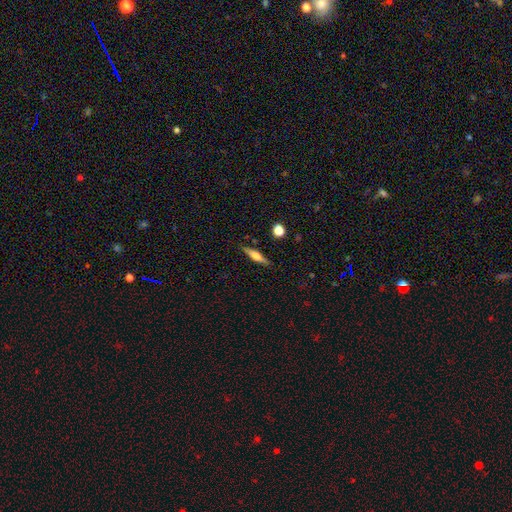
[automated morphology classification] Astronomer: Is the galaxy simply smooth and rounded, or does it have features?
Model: smooth — 47% (runner-up: featured or disk, 46%).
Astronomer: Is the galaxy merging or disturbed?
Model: none — 86%.